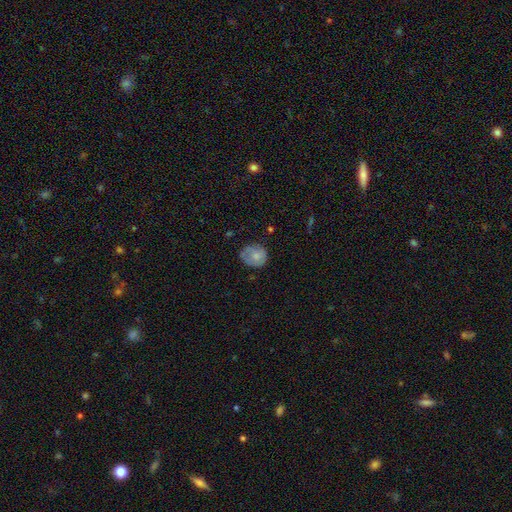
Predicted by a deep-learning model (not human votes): Smooth or featured?
  - smooth: 66% *
  - featured or disk: 26%
  - star or artifact: 8%
How rounded?
  - round: 76% *
  - in between: 23%
  - cigar-shaped: 1%
Merging?
  - none: 63% *
  - minor disturbance: 27%
  - major disturbance: 9%
  - merger: 2%